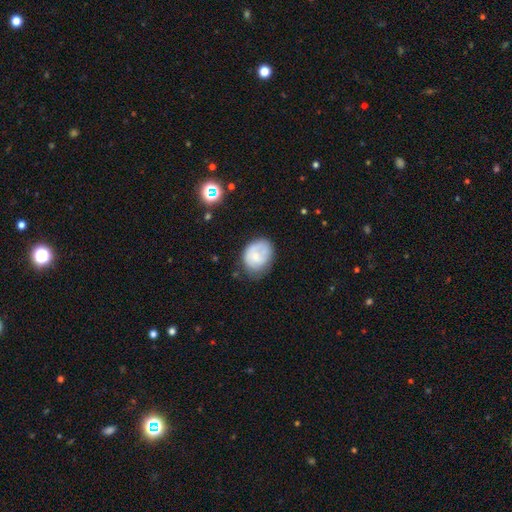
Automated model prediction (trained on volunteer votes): Q: Smooth or featured?
A: smooth (58%); runner-up: featured or disk (34%)
Q: How rounded?
A: in between (55%); runner-up: round (44%)
Q: Merging?
A: none (56%); runner-up: minor disturbance (30%)